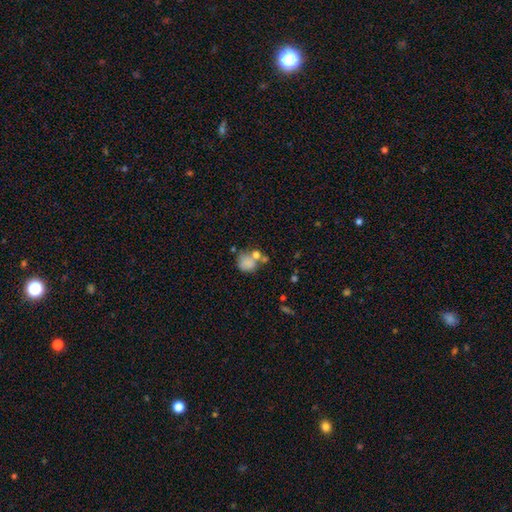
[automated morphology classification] type=smooth (75%); roundness=round (70%); merging=none (39%).